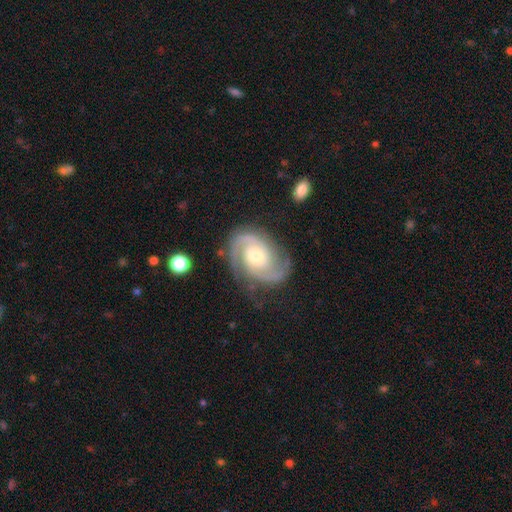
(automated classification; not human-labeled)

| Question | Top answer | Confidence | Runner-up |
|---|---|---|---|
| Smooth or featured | featured or disk | 92% | star or artifact (4%) |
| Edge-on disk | no | 98% | yes (2%) |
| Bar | no | 65% | weak (29%) |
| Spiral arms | yes | 98% | no (2%) |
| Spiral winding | tight | 46% | tied: medium (46%) |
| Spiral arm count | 2 | 88% | 3 (5%) |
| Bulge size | moderate | 59% | small (34%) |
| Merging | none | 79% | minor disturbance (15%) |